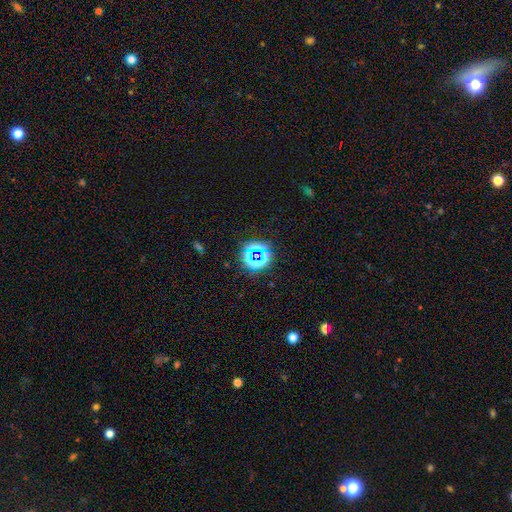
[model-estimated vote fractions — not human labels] A star or artifact, not a galaxy (70%).

Vote fractions:
- Smooth or featured? star or artifact: 70% / smooth: 20% / featured or disk: 10%